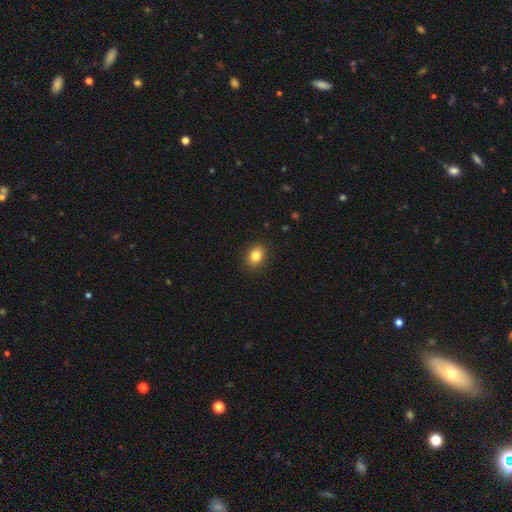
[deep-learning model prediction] Smooth or featured: smooth — 83% (star or artifact — 10%)
How rounded: round — 50% (in between — 49%)
Merging: none — 91% (minor disturbance — 7%)